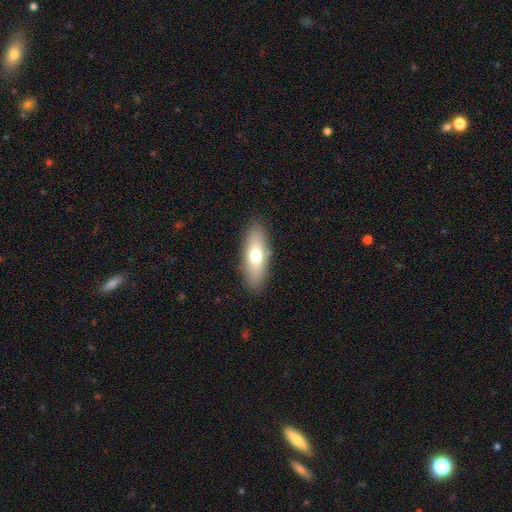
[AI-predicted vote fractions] smooth-or-featured: smooth: 67% | featured or disk: 26% | star or artifact: 7%
  how-rounded: in between: 64% | cigar-shaped: 33% | round: 3%
  merging: none: 87% | minor disturbance: 9% | major disturbance: 3% | merger: 1%